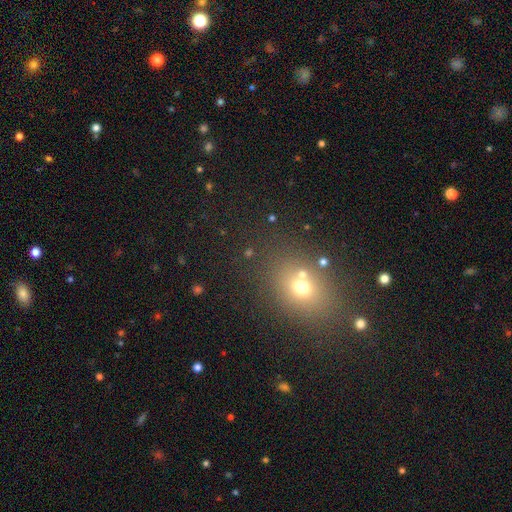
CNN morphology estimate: Smooth or featured? Predicted: smooth (p=0.58). How rounded? Predicted: in between (p=0.52). Merging? Predicted: none (p=0.85).